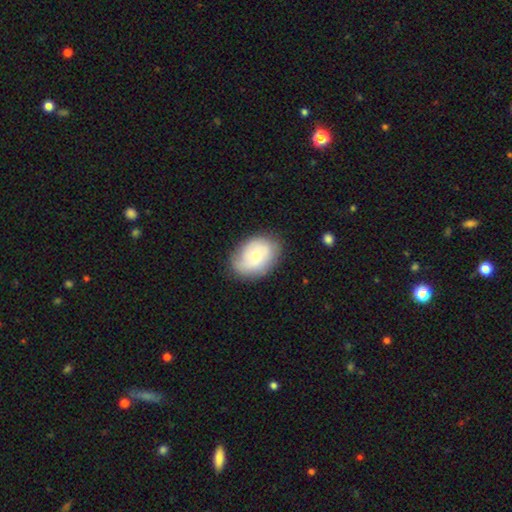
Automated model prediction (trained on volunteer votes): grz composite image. It shows a smooth galaxy with no disk features (50%) that is in between round and cigar-shaped (69%). Merging: none (73%).